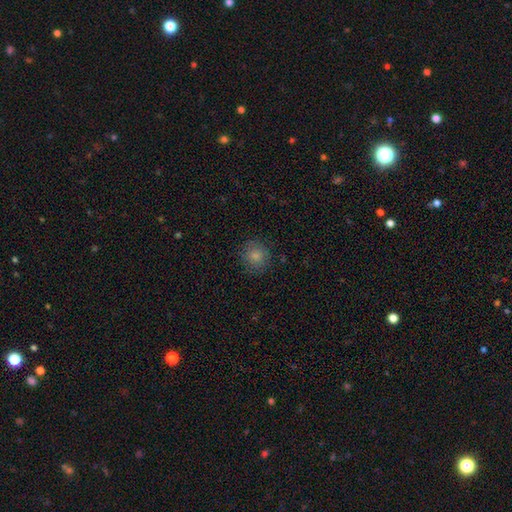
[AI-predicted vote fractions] This is clearly a smooth galaxy (83%). How rounded: clearly round (90%). Merging: clearly none (86%).